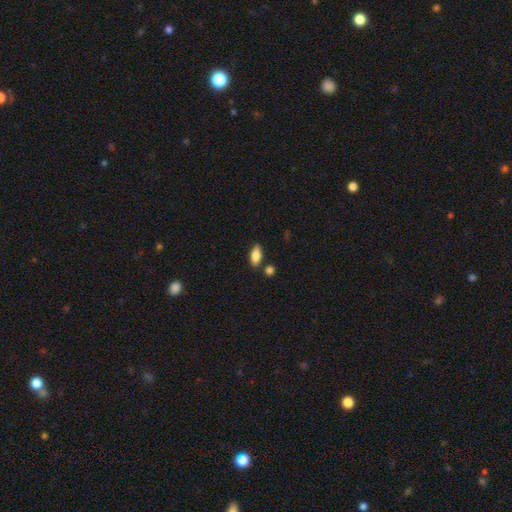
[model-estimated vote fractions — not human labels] This appears to be a smooth galaxy with no disk features (81%) that is in between round and cigar-shaped (85%). Merging: none (80%).